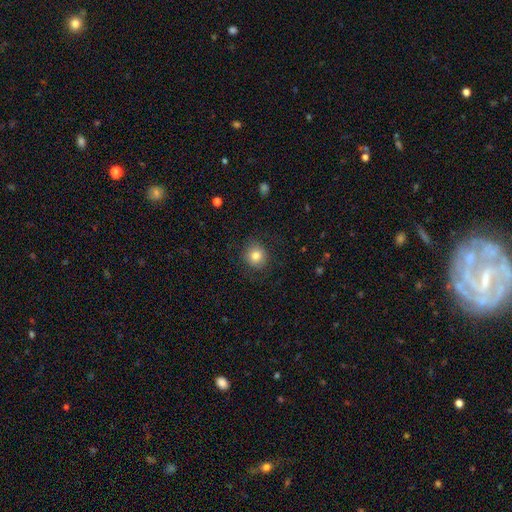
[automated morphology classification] Smooth or featured? smooth (81%)
How rounded? round (87%)
Merging? none (85%)